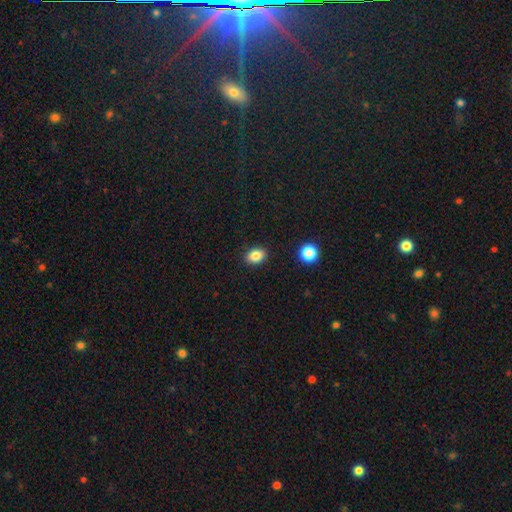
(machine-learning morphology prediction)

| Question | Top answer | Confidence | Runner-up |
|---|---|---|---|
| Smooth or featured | smooth | 84% | star or artifact (10%) |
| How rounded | in between | 71% | round (27%) |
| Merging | none | 89% | minor disturbance (8%) |